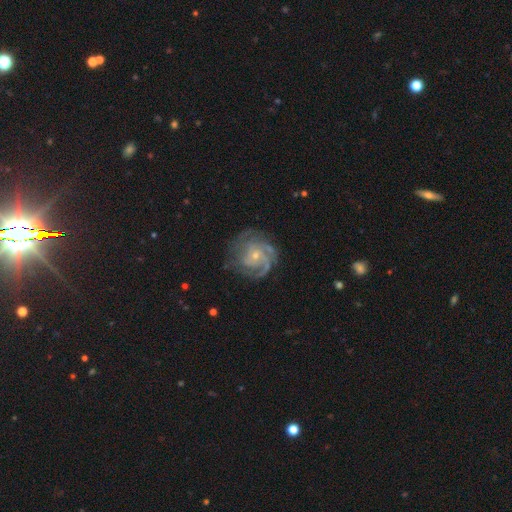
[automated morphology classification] Overall: featured or disk (88%). Edge-on disk: no (98%). Bar: no (72%). Spiral arms: yes (97%). Spiral arm count: 3 (36%; can't tell 19%). Spiral winding: tight (62%; medium 32%). Bulge size: small (72%). Merging: none (72%).